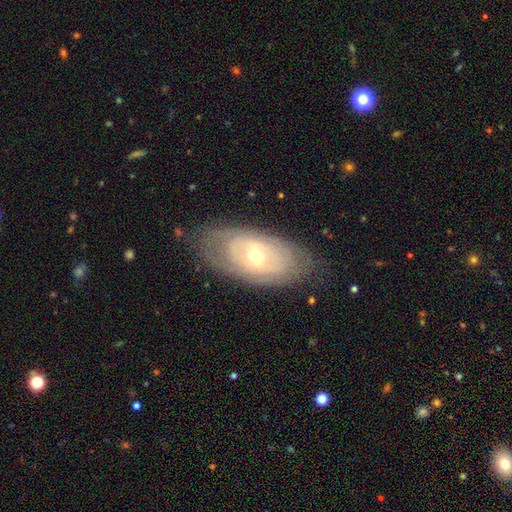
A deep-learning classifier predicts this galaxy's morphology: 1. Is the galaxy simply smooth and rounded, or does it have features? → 70% featured or disk, 23% smooth, 7% star or artifact.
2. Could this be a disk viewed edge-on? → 91% no, 9% yes.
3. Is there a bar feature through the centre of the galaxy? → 59% no, 32% weak, 10% strong.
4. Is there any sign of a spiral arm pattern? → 67% yes, 33% no.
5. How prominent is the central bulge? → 52% small, 44% moderate, 2% large, 1% none, 1% dominant.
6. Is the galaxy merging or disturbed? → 77% none, 17% minor disturbance, 5% major disturbance, 1% merger.